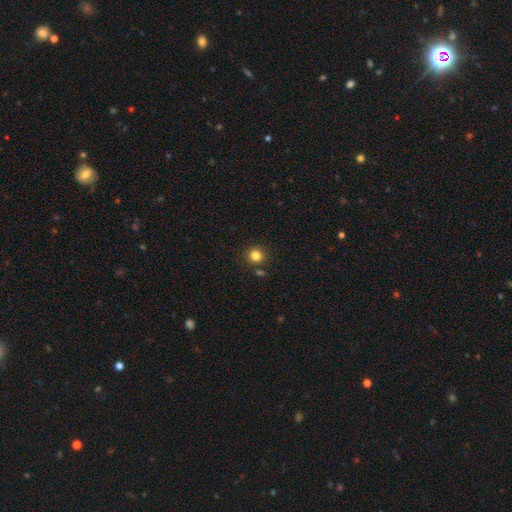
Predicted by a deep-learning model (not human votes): Smooth or featured? Predicted: smooth (p=0.82). How rounded? Predicted: round (p=0.91). Merging? Predicted: none (p=0.85).